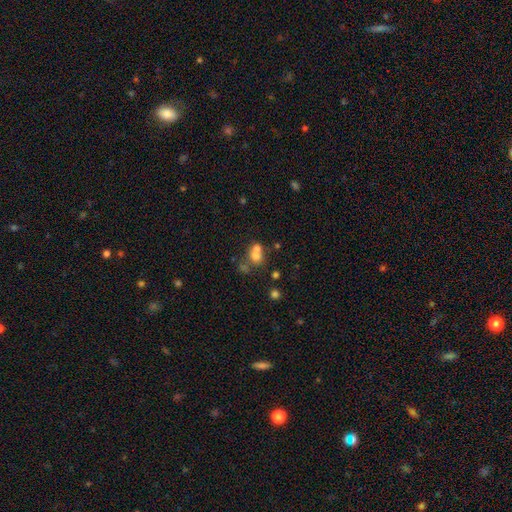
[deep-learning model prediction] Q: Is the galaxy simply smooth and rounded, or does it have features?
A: smooth — 66%.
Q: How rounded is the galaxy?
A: round — 72%.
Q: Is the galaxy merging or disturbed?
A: merger — 56%.